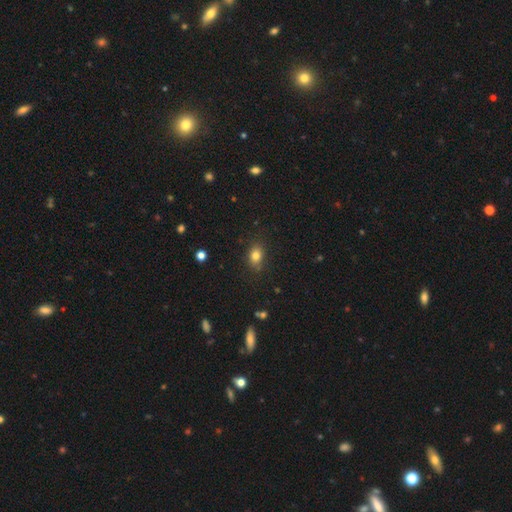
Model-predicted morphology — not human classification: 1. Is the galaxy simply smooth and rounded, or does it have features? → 80% smooth, 12% star or artifact, 8% featured or disk.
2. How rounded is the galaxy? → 68% in between, 31% round, 1% cigar-shaped.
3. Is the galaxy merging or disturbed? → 82% none, 13% minor disturbance, 3% major disturbance, 2% merger.